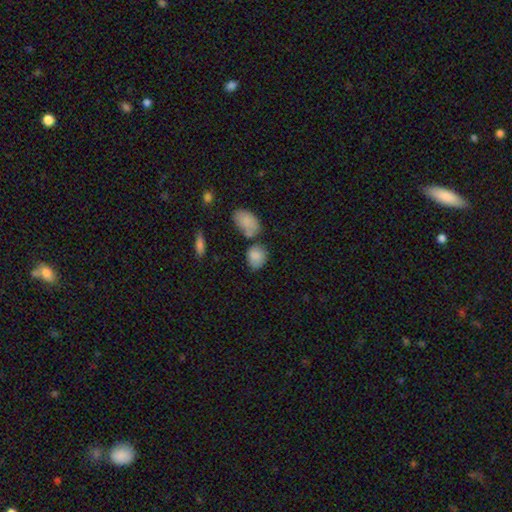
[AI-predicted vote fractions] This appears to be a smooth galaxy with no disk features (85%) that is in between round and cigar-shaped (57%). Merging: none (56%).